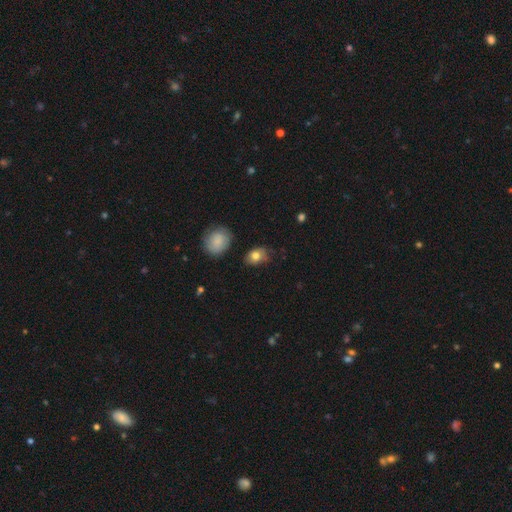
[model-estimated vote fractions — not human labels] This is likely a smooth galaxy (79%). How rounded: likely in between (75%). Merging: likely none (68%).